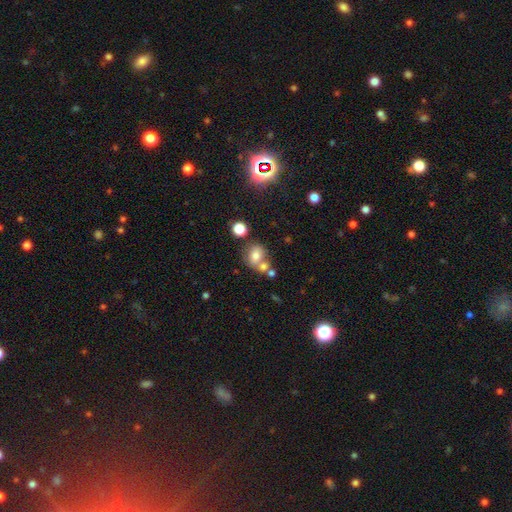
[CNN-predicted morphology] Smooth or featured: smooth — 71% (featured or disk — 16%)
How rounded: round — 65% (in between — 34%)
Merging: none — 47% (merger — 36%)